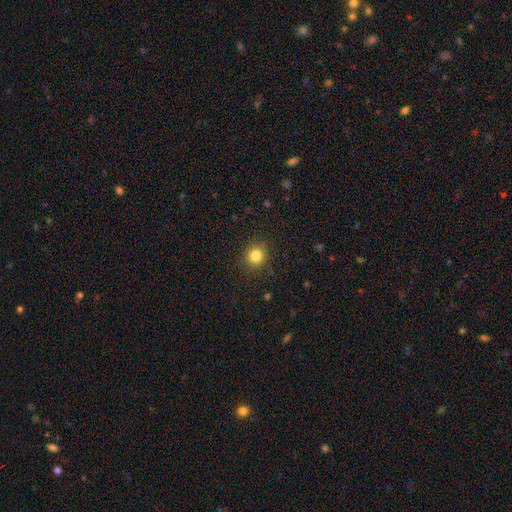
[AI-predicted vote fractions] A smooth galaxy with no disk features (83%) that is round (88%). Merging: none (90%).